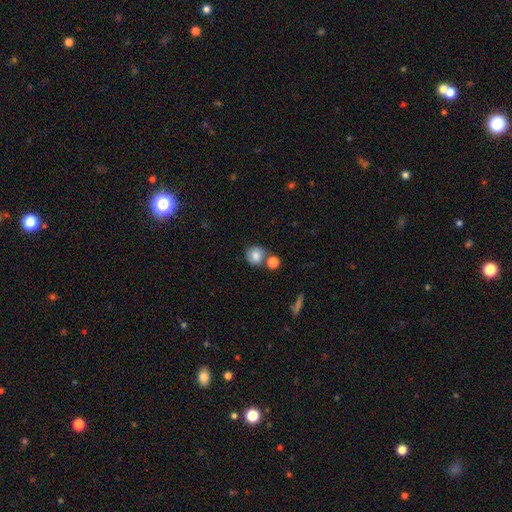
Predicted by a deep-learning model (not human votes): The model was most divided on "merging": none: 62%, merger: 22%, minor disturbance: 13%, major disturbance: 4%. More confident: how rounded — round (87%); smooth or featured — smooth (81%).